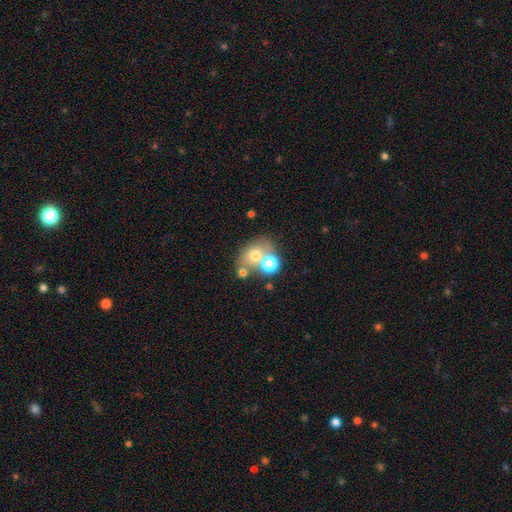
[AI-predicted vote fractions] This is likely a smooth galaxy (65%). How rounded: possibly round (52%). Merging: possibly none (48%).